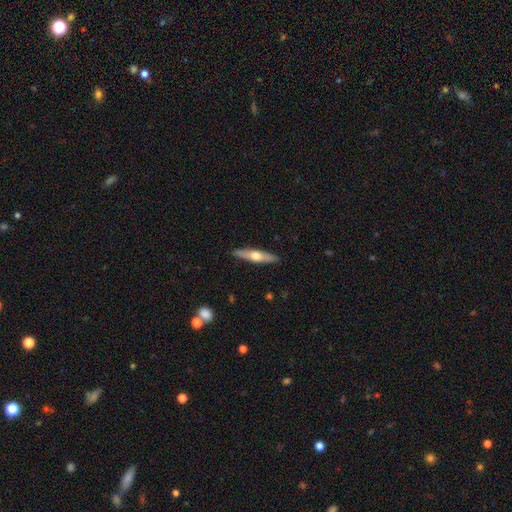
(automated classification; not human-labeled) The model was most divided on "smooth or featured": featured or disk: 53%, smooth: 42%, star or artifact: 5%. More confident: edge-on disk — yes (91%); merging — none (91%).